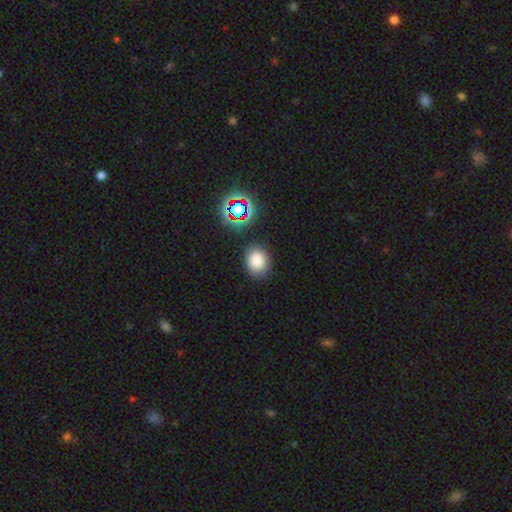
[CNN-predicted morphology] This appears to be a smooth galaxy with no disk features (77%) that is round (59%). Merging: none (85%).